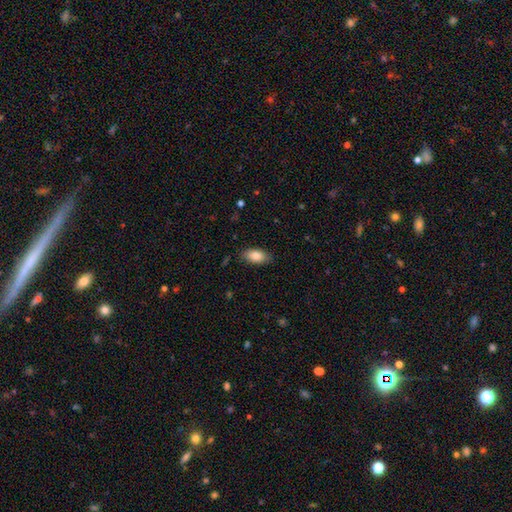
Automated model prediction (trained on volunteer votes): The model was most divided on "merging": none: 85%, minor disturbance: 11%, major disturbance: 3%, merger: 1%. More confident: how rounded — in between (91%); smooth or featured — smooth (84%).